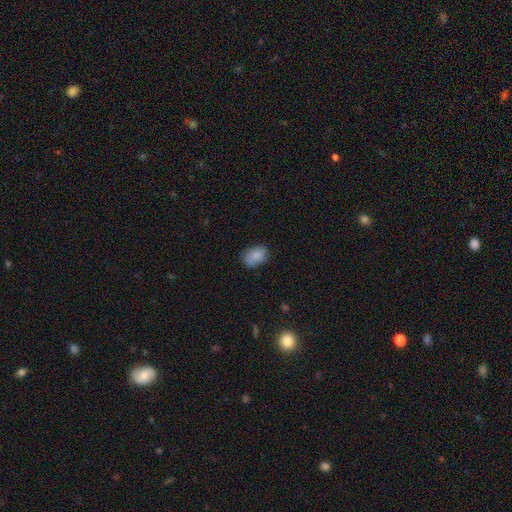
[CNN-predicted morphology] This is clearly a smooth galaxy (85%). How rounded: clearly in between (82%). Merging: likely none (74%).